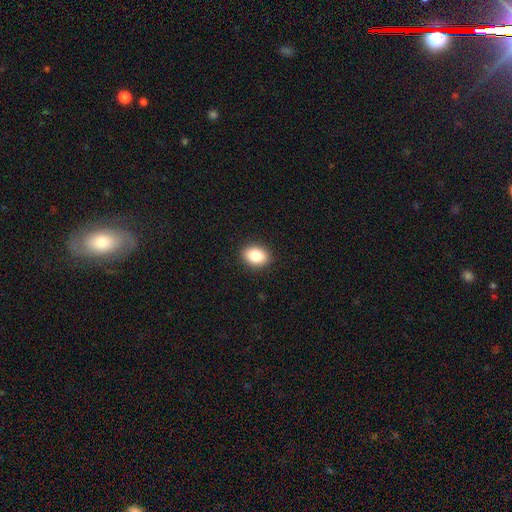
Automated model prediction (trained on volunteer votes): Smooth or featured?
  - smooth: 85% *
  - star or artifact: 9%
  - featured or disk: 6%
How rounded?
  - in between: 72% *
  - round: 26%
  - cigar-shaped: 1%
Merging?
  - none: 90% *
  - minor disturbance: 7%
  - major disturbance: 2%
  - merger: 1%